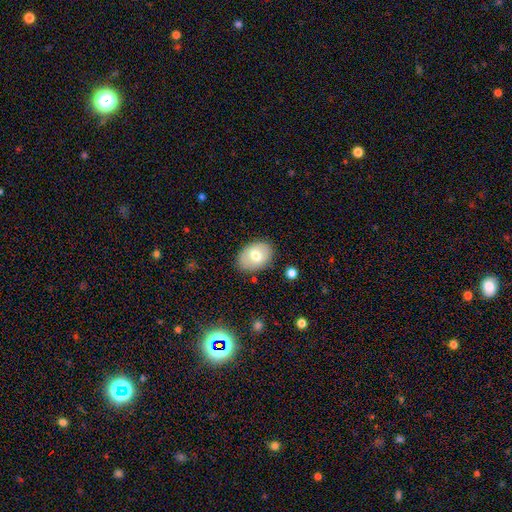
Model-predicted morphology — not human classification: Smooth or featured: smooth — 68% (featured or disk — 25%)
How rounded: in between — 78% (round — 21%)
Merging: none — 83% (minor disturbance — 12%)